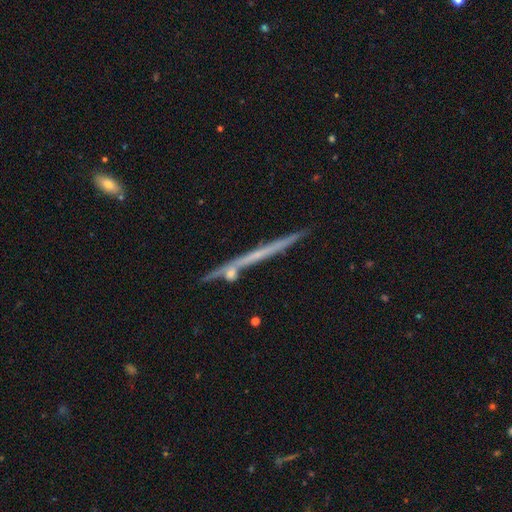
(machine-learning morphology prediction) Q: Smooth or featured?
A: featured or disk (63%); runner-up: smooth (29%)
Q: Edge-on disk?
A: yes (96%); runner-up: no (4%)
Q: Edge-on bulge?
A: none (84%); runner-up: rounded (12%)
Q: Merging?
A: none (83%); runner-up: minor disturbance (10%)